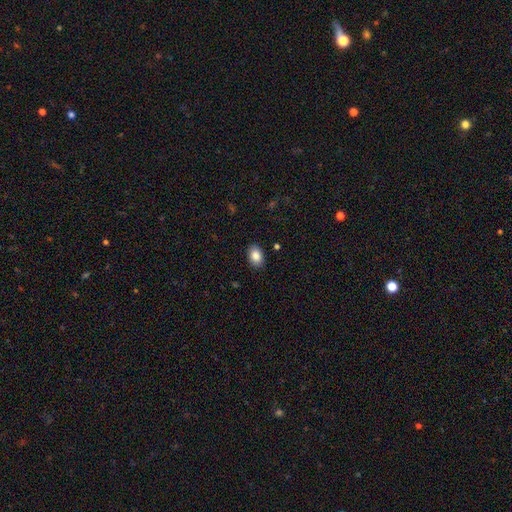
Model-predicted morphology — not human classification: Overall: smooth (86%). How rounded: in between (83%). Merging: none (89%).